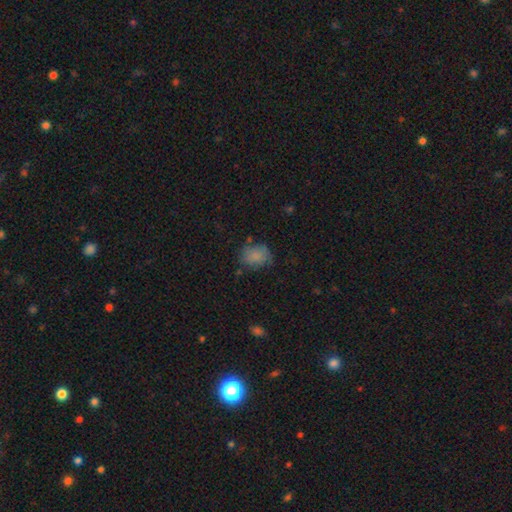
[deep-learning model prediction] Overall: smooth (79%). How rounded: in between (52%; round 47%). Merging: none (64%).